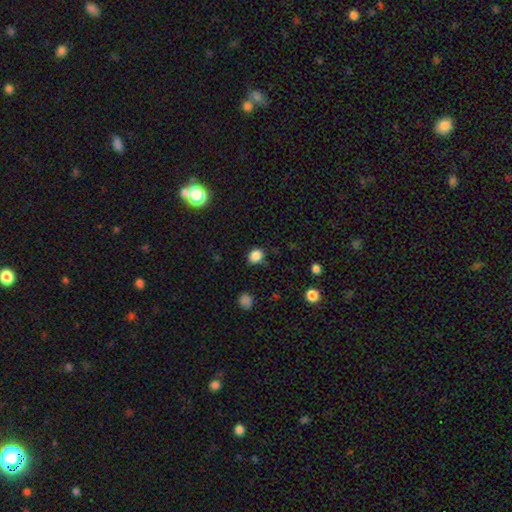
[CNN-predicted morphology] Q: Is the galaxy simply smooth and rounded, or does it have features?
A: smooth — 85%.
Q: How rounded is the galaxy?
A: round — 58%.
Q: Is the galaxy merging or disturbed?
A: none — 82%.